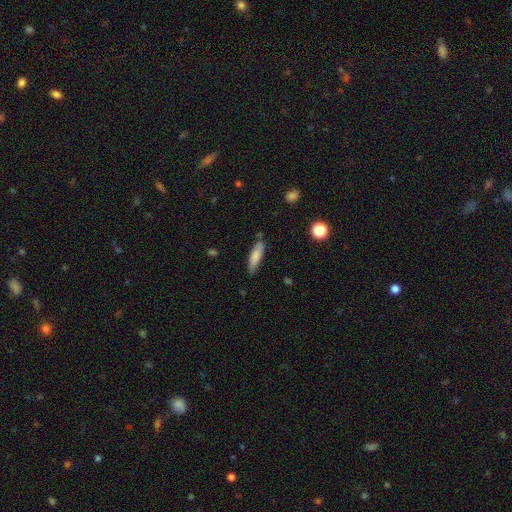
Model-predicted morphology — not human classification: This is likely a smooth galaxy (78%). How rounded: likely cigar-shaped (66%). Merging: likely none (79%).